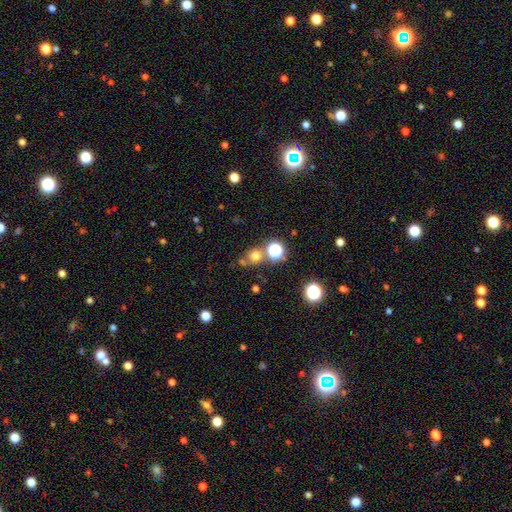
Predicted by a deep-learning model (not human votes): Smooth or featured? smooth (65%)
How rounded? round (86%)
Merging? none (66%)